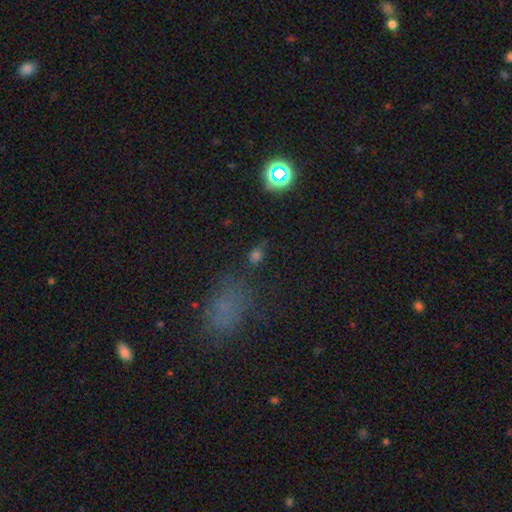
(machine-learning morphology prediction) This is possibly a smooth galaxy (56%). How rounded: possibly in between (56%). Merging: likely none (63%).